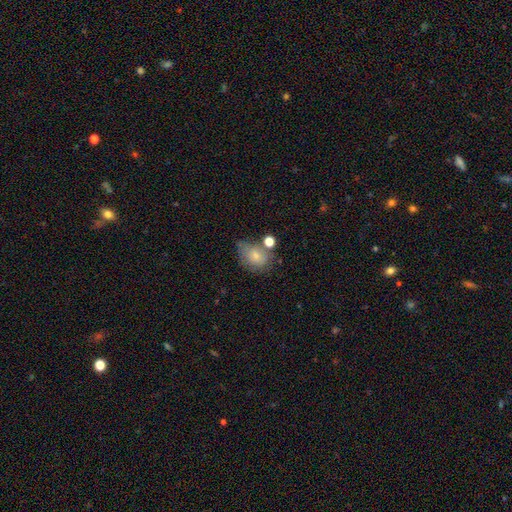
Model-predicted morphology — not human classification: type=smooth (75%); roundness=in between (59%); merging=none (47%).